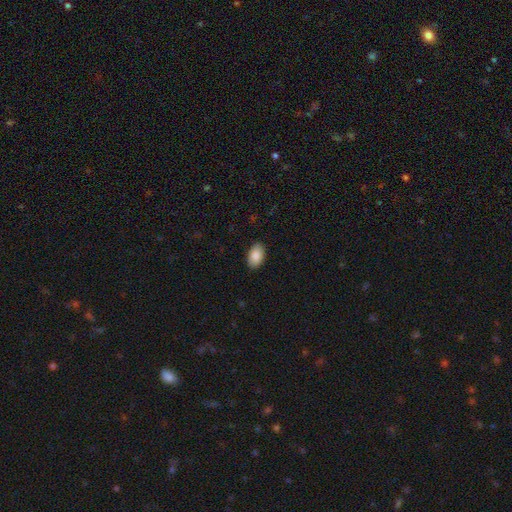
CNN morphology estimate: Q: Smooth or featured?
A: smooth (88%); runner-up: star or artifact (7%)
Q: How rounded?
A: in between (93%); runner-up: round (6%)
Q: Merging?
A: none (89%); runner-up: minor disturbance (8%)